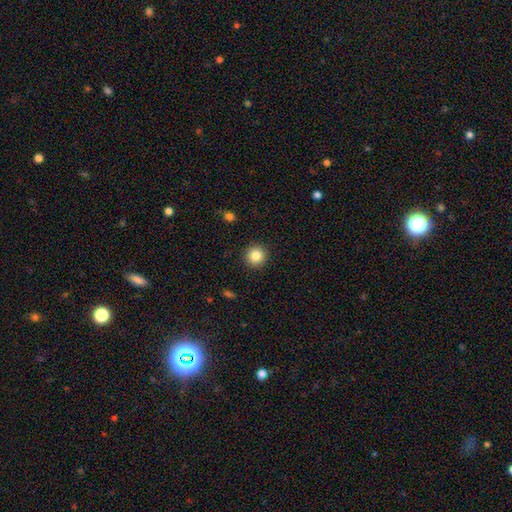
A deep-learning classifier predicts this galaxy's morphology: smooth-or-featured: smooth: 84% | star or artifact: 10% | featured or disk: 6%
  how-rounded: round: 94% | in between: 5% | cigar-shaped: 1%
  merging: none: 92% | minor disturbance: 5% | major disturbance: 2% | merger: 1%